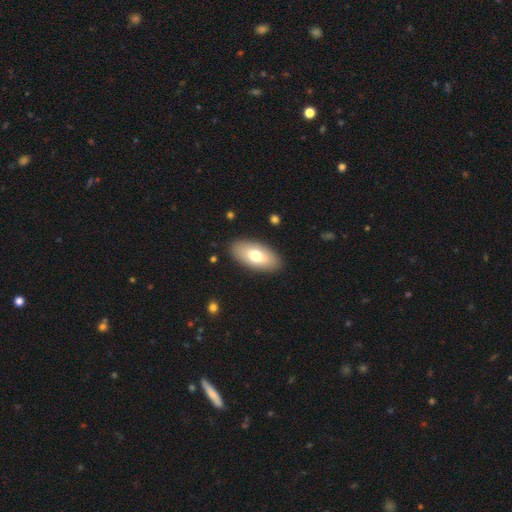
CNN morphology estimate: type=smooth (70%); roundness=in between (92%); merging=none (88%).